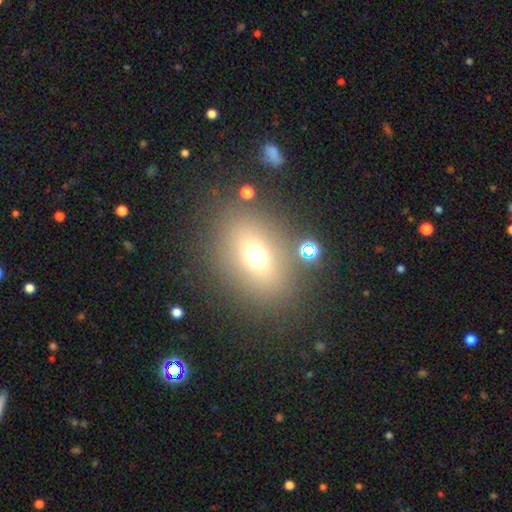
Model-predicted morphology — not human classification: Overall: smooth (63%). How rounded: in between (53%; round 45%). Merging: none (79%).